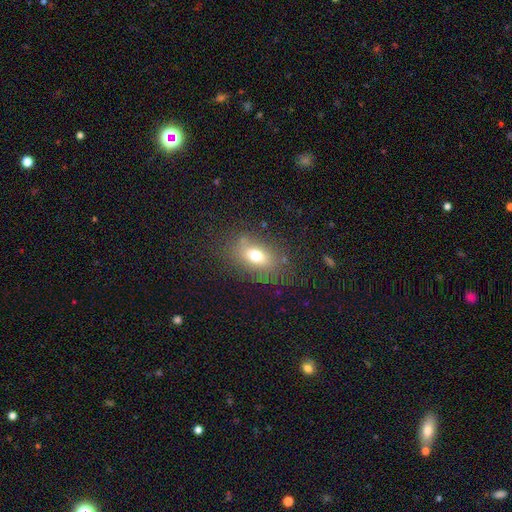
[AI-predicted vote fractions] smooth 70%, featured or disk 17%, star or artifact 13%. Down the decision tree: how rounded — in between (77%); merging — none (77%).